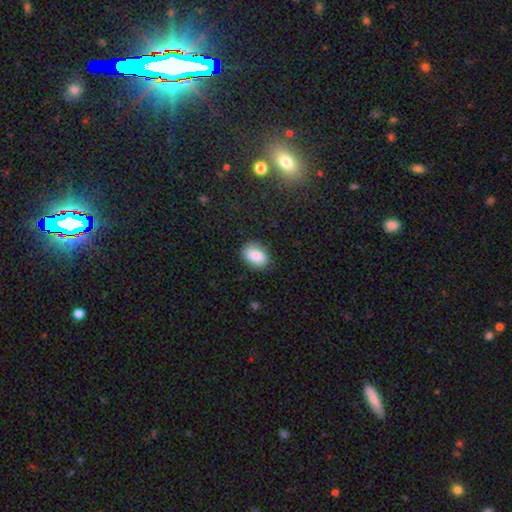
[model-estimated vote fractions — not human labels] Smooth or featured? Predicted: smooth (p=0.82). How rounded? Predicted: in between (p=0.81). Merging? Predicted: none (p=0.79).